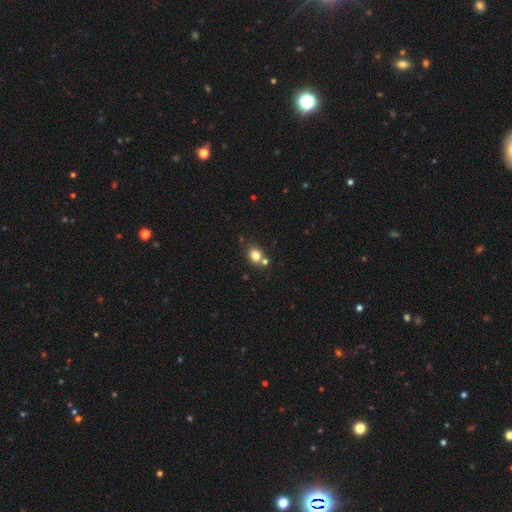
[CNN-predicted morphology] Smooth or featured?
  - smooth: 80% *
  - star or artifact: 12%
  - featured or disk: 8%
How rounded?
  - round: 61% *
  - in between: 38%
  - cigar-shaped: 1%
Merging?
  - none: 67% *
  - merger: 19%
  - minor disturbance: 11%
  - major disturbance: 3%